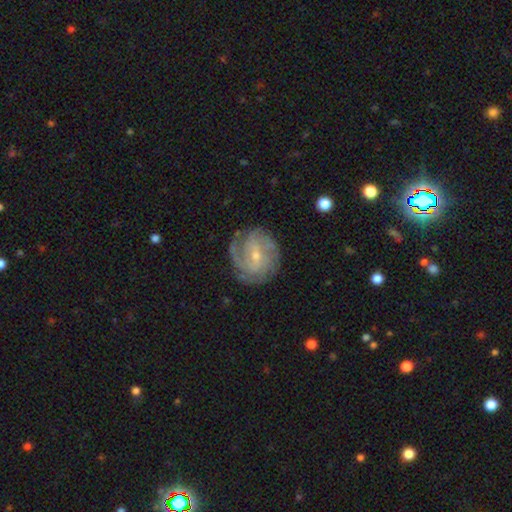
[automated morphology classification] A featured or disk galaxy (85%) with a weak bar (50%), tight (60%) spiral arms (95%) and a small central bulge (68%).

Vote fractions:
- Smooth or featured? featured or disk: 85% / smooth: 10% / star or artifact: 6%
- Edge-on disk? no: 97% / yes: 3%
- Bar? weak: 50% / no: 34% / strong: 16%
- Spiral arms? yes: 95% / no: 5%
- Spiral winding? tight: 60% / medium: 32% / loose: 8%
- Spiral arm count? can't tell: 29% / 3: 24% / 2: 21% / 4: 14% / 1: 6% / more than 4: 6%
- Bulge size? small: 68% / moderate: 29% / none: 2% / large: 1% / dominant: 1%
- Merging? none: 76% / minor disturbance: 16% / major disturbance: 7% / merger: 1%